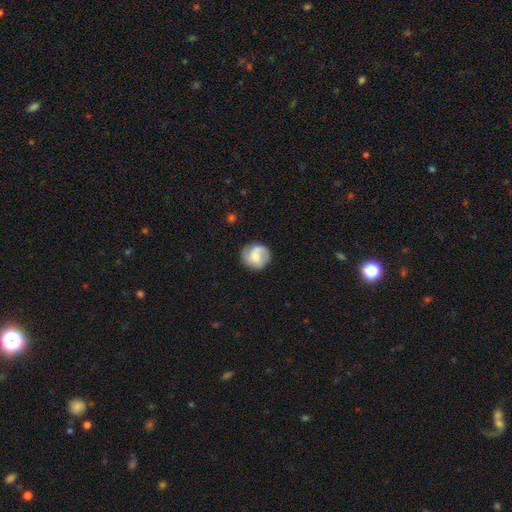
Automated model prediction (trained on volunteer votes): Overall: smooth (49%; featured or disk 44%). Merging: none (74%).